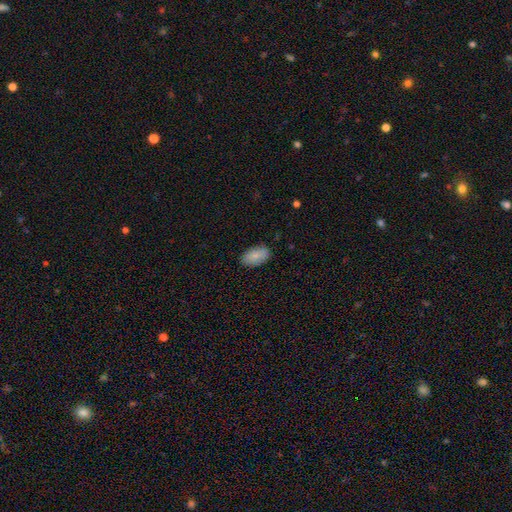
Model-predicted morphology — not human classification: The model was most divided on "merging": none: 86%, minor disturbance: 11%, major disturbance: 2%, merger: 1%. More confident: how rounded — in between (94%); smooth or featured — smooth (86%).